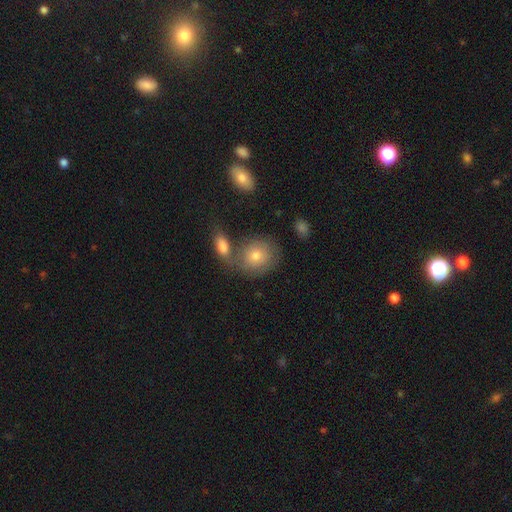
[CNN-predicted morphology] This appears to be a smooth galaxy with no disk features (65%) that is round (62%). Merging: none (54%).